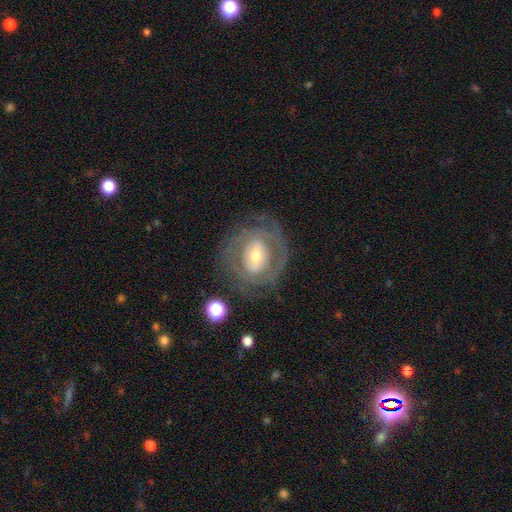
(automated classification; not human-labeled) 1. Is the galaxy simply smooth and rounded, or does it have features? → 69% featured or disk, 24% smooth, 7% star or artifact.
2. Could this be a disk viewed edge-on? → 96% no, 4% yes.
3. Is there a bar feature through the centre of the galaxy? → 53% no, 32% weak, 14% strong.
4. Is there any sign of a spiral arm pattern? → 56% yes, 44% no.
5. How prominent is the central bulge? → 60% moderate, 29% small, 9% large, 1% dominant, 1% none.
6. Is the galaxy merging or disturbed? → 72% none, 15% minor disturbance, 11% major disturbance, 2% merger.